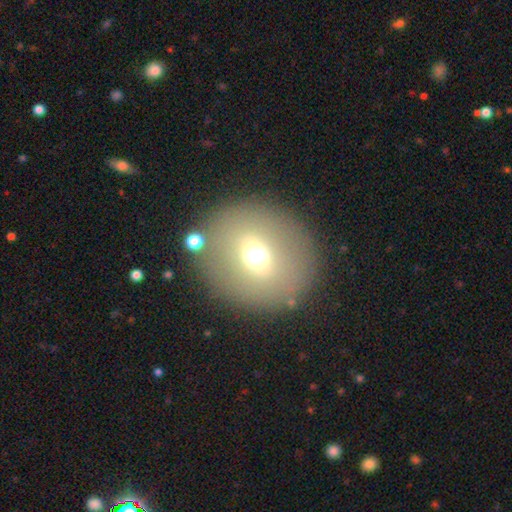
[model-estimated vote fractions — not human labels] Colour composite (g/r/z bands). It shows a smooth galaxy with no disk features (62%) that is round (75%). Merging: none (82%).